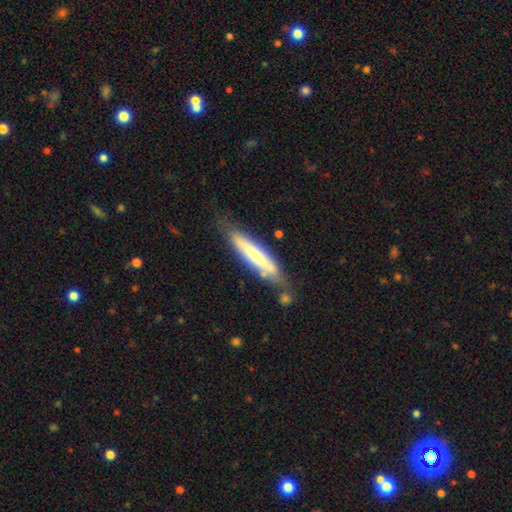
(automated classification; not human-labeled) A smooth galaxy with no disk features (58%) that is cigar-shaped (85%).

Vote fractions:
- Smooth or featured? smooth: 58% / featured or disk: 36% / star or artifact: 6%
- How rounded? cigar-shaped: 85% / in between: 14% / round: 1%
- Merging? none: 66% / minor disturbance: 22% / merger: 7% / major disturbance: 6%